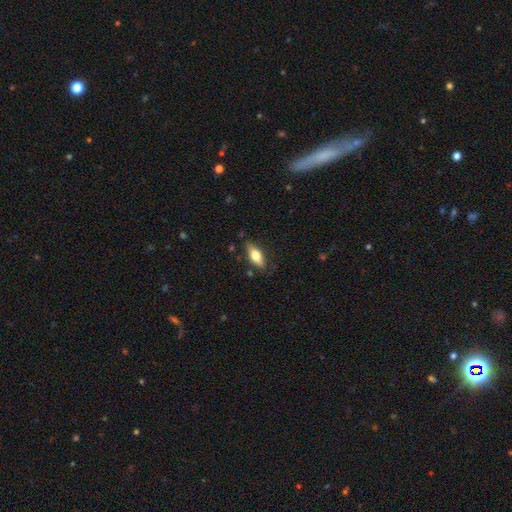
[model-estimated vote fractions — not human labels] A smooth galaxy with no disk features (67%) that is in between round and cigar-shaped (72%).

Vote fractions:
- Smooth or featured? smooth: 67% / featured or disk: 27% / star or artifact: 6%
- How rounded? in between: 72% / cigar-shaped: 25% / round: 3%
- Merging? none: 81% / minor disturbance: 14% / major disturbance: 3% / merger: 2%